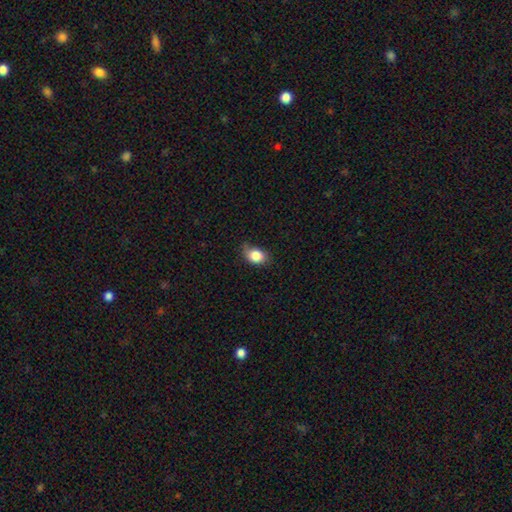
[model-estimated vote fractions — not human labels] smooth 83%, star or artifact 9%, featured or disk 9%. Down the decision tree: how rounded — in between (70%); merging — none (62%).